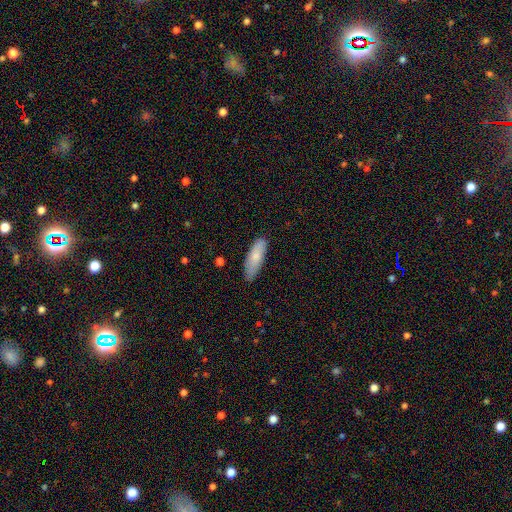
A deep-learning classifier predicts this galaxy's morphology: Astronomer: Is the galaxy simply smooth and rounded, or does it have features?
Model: smooth — 80%.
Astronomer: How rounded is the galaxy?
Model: in between — 55% (runner-up: cigar-shaped, 44%).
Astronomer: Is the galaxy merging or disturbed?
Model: none — 80%.